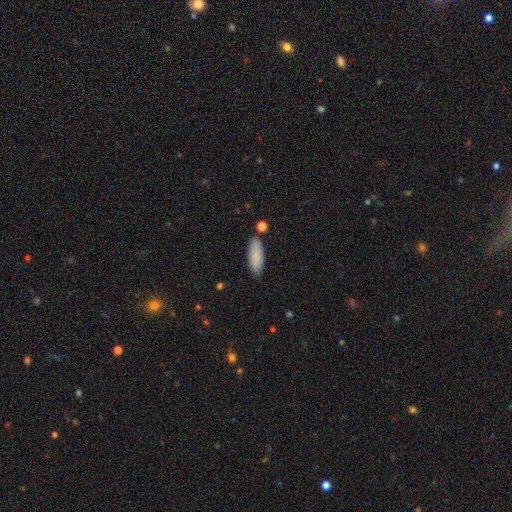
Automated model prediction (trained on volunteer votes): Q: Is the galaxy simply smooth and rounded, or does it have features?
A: smooth — 87%.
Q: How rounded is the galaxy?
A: in between — 61%.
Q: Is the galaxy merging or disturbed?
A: none — 84%.